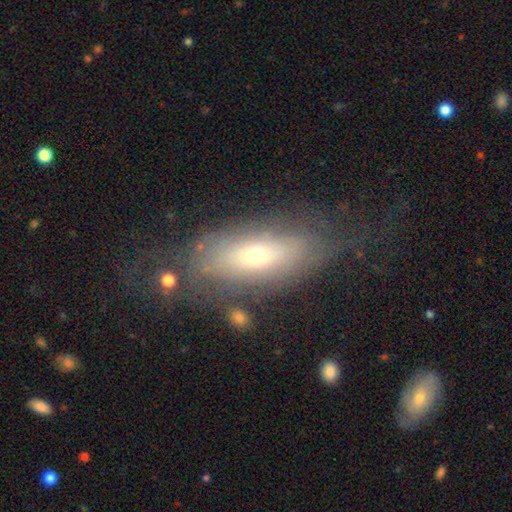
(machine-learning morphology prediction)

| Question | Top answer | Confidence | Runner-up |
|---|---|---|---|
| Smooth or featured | smooth | 45% | tied: featured or disk (45%) |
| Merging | none | 58% | minor disturbance (22%) |